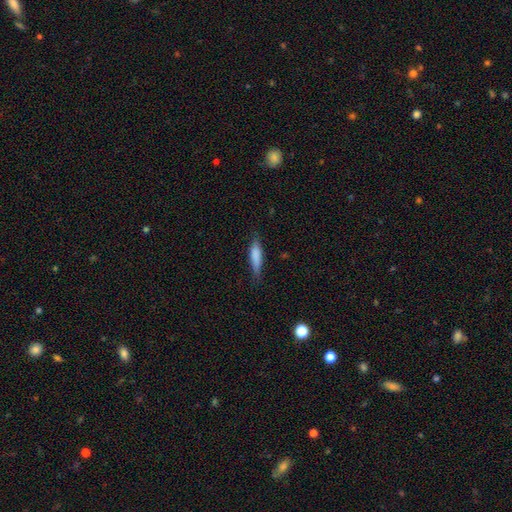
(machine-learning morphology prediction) smooth_or_featured: smooth (p=0.75) [alt: featured or disk p=0.18]
how_rounded: cigar-shaped (p=0.69) [alt: in between p=0.30]
merging: none (p=0.75) [alt: minor disturbance p=0.19]